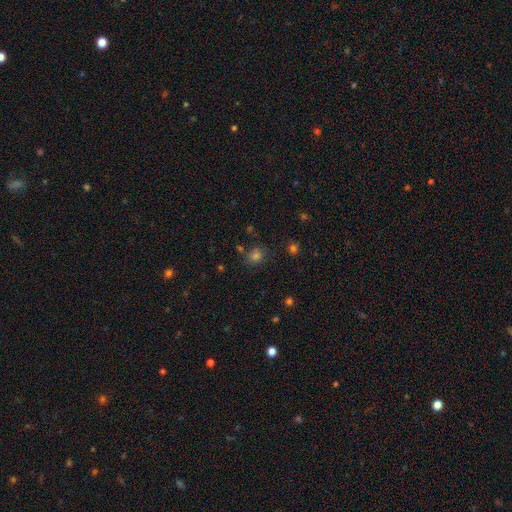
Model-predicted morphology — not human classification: smooth-or-featured: smooth: 71% | star or artifact: 23% | featured or disk: 6%
  how-rounded: round: 79% | in between: 20% | cigar-shaped: 1%
  merging: none: 79% | minor disturbance: 11% | merger: 6% | major disturbance: 4%